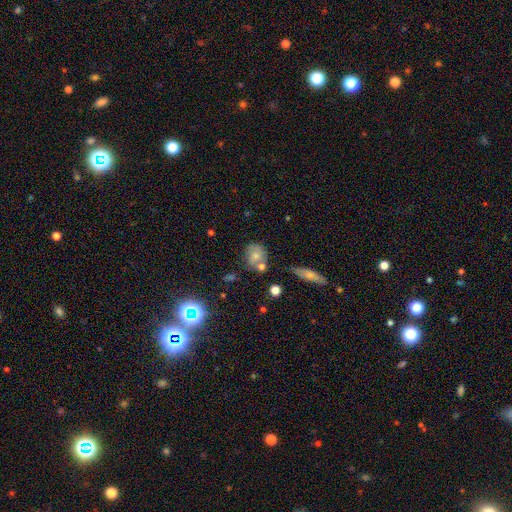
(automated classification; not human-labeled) A smooth galaxy with no disk features (57%) that is round (66%). Merging: none (57%).